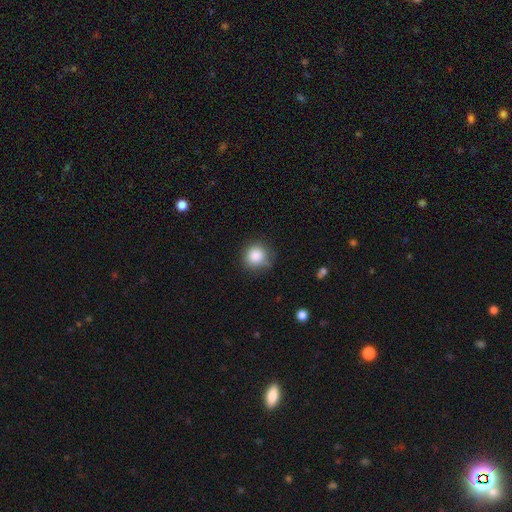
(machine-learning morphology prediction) This appears to be a smooth galaxy with no disk features (86%) that is round (90%). Merging: none (75%).